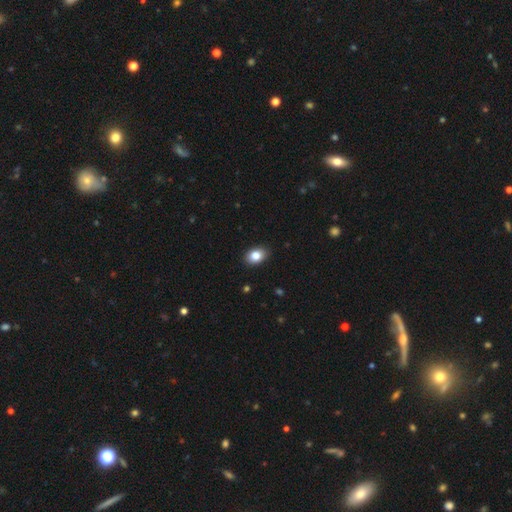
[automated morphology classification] Smooth or featured? Predicted: smooth (p=0.83). How rounded? Predicted: in between (p=0.81). Merging? Predicted: none (p=0.89).